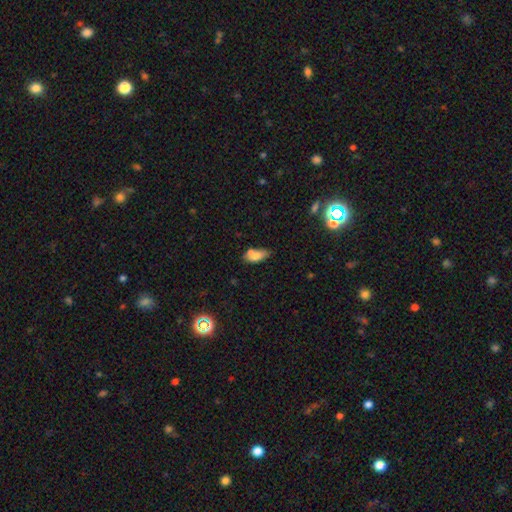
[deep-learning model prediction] Smooth or featured? smooth (73%)
How rounded? in between (85%)
Merging? none (52%)